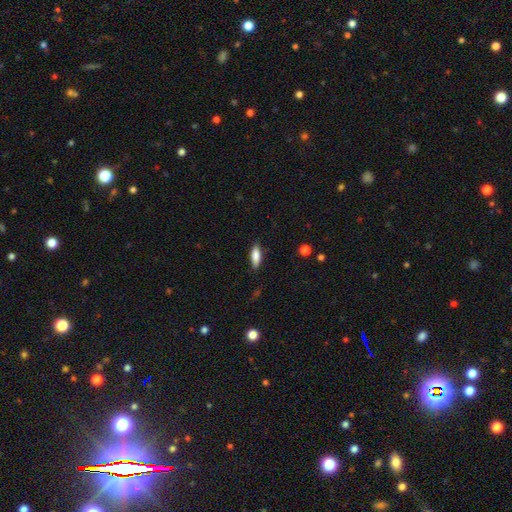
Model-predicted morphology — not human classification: Smooth or featured? Predicted: smooth (p=0.79). How rounded? Predicted: in between (p=0.56). Merging? Predicted: none (p=0.85).